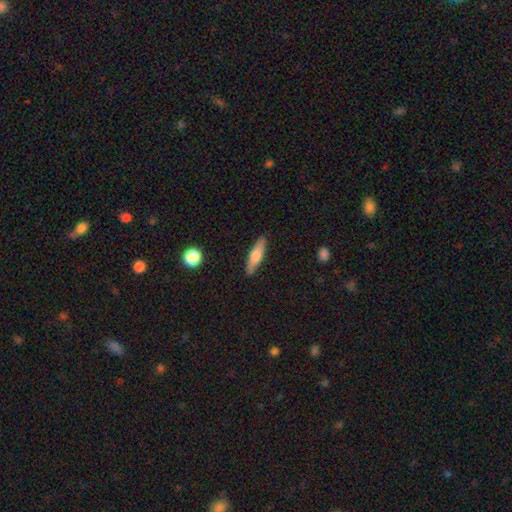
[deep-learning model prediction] Q: Smooth or featured?
A: smooth (60%); runner-up: featured or disk (34%)
Q: How rounded?
A: cigar-shaped (72%); runner-up: in between (26%)
Q: Merging?
A: none (87%); runner-up: minor disturbance (10%)